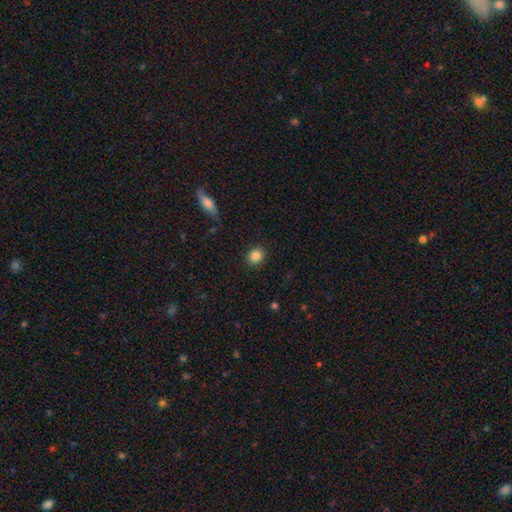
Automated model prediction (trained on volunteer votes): Smooth or featured? smooth (86%)
How rounded? round (71%)
Merging? none (89%)